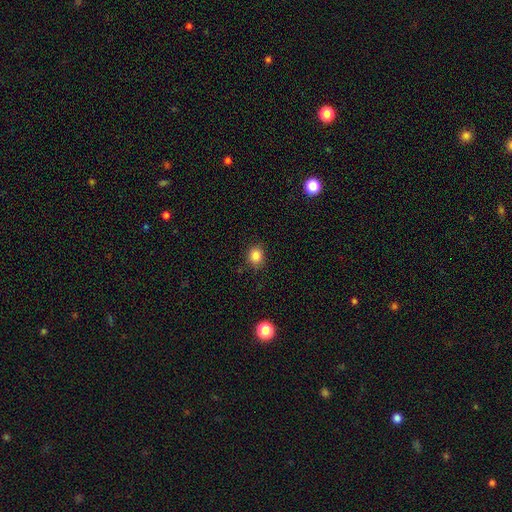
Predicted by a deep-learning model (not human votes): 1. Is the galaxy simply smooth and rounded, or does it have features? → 84% smooth, 11% star or artifact, 5% featured or disk.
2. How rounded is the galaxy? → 70% round, 29% in between, 1% cigar-shaped.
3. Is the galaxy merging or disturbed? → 86% none, 11% minor disturbance, 2% major disturbance, 1% merger.